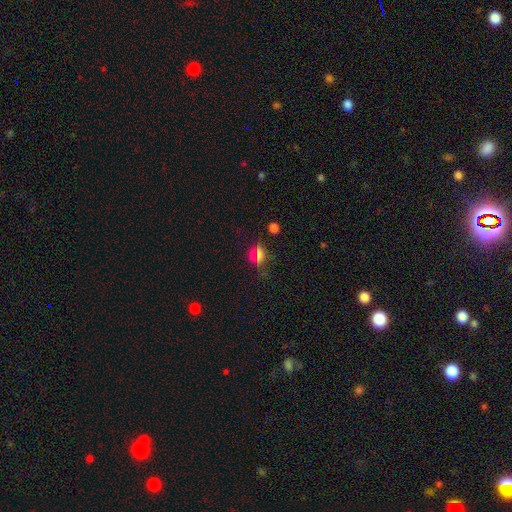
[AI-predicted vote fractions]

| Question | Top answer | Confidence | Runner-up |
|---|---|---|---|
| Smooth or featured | smooth | 54% | star or artifact (34%) |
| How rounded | round | 57% | in between (36%) |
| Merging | none | 79% | minor disturbance (12%) |